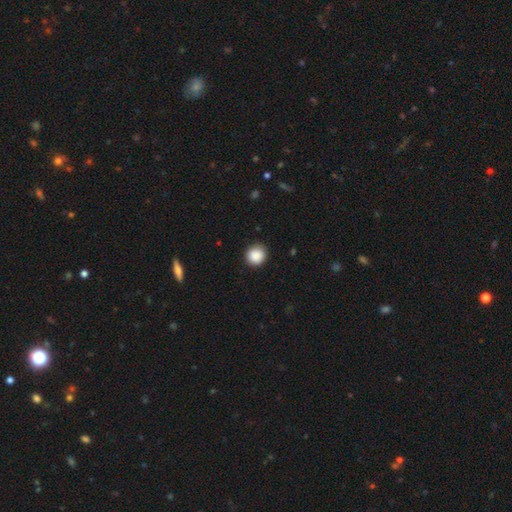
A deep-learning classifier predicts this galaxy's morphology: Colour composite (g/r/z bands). It shows a smooth galaxy with no disk features (88%) that is round (88%). Merging: none (87%).